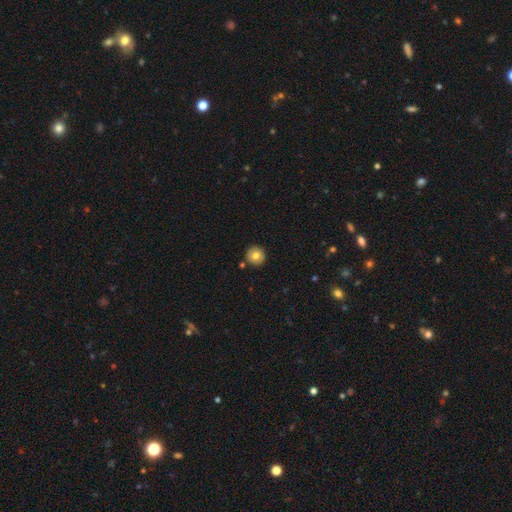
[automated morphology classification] This is likely a smooth galaxy (78%). How rounded: clearly round (95%). Merging: clearly none (90%).